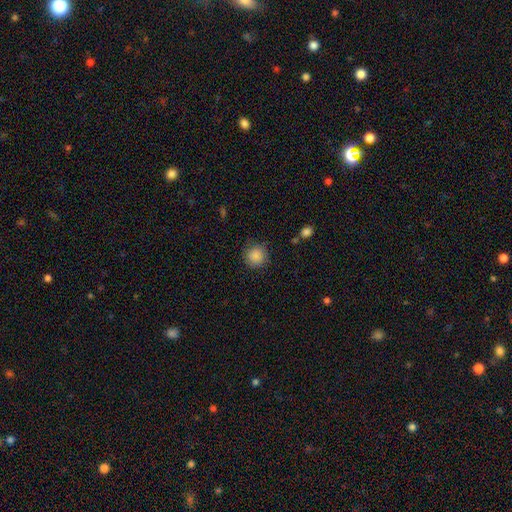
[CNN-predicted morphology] A smooth galaxy with no disk features (87%) that is round (92%).

Vote fractions:
- Smooth or featured? smooth: 87% / star or artifact: 9% / featured or disk: 4%
- How rounded? round: 92% / in between: 7% / cigar-shaped: 1%
- Merging? none: 85% / minor disturbance: 10% / major disturbance: 3% / merger: 1%